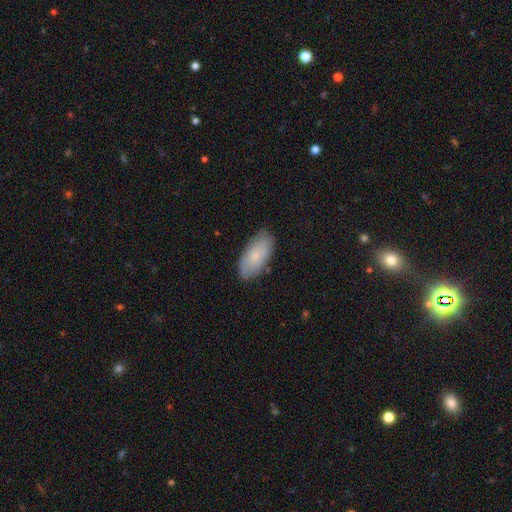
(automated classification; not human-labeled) smooth_or_featured: smooth (p=0.67) [alt: featured or disk p=0.26]
how_rounded: in between (p=0.92) [alt: cigar-shaped p=0.06]
merging: none (p=0.80) [alt: minor disturbance p=0.16]